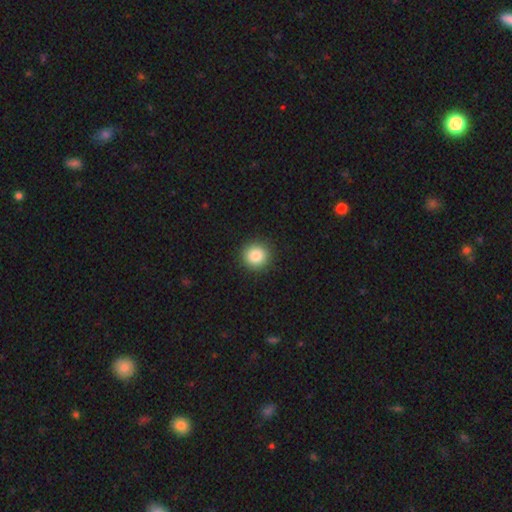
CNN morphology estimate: smooth-or-featured: smooth: 85% | star or artifact: 10% | featured or disk: 5%
  how-rounded: round: 93% | in between: 6% | cigar-shaped: 1%
  merging: none: 92% | minor disturbance: 5% | major disturbance: 2% | merger: 1%